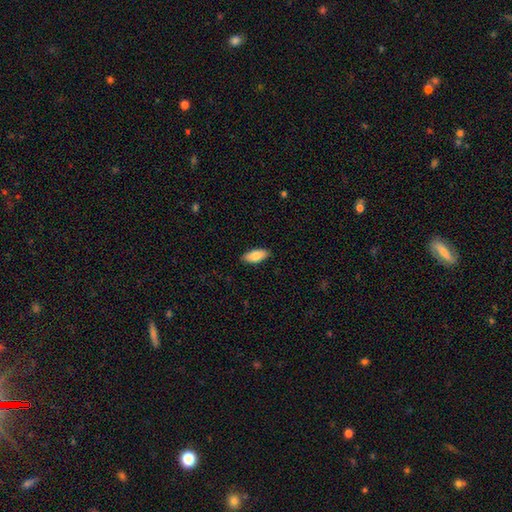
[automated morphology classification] smooth-or-featured: smooth: 84% | featured or disk: 10% | star or artifact: 6%
  how-rounded: in between: 87% | cigar-shaped: 11% | round: 2%
  merging: none: 89% | minor disturbance: 9% | major disturbance: 2% | merger: 1%